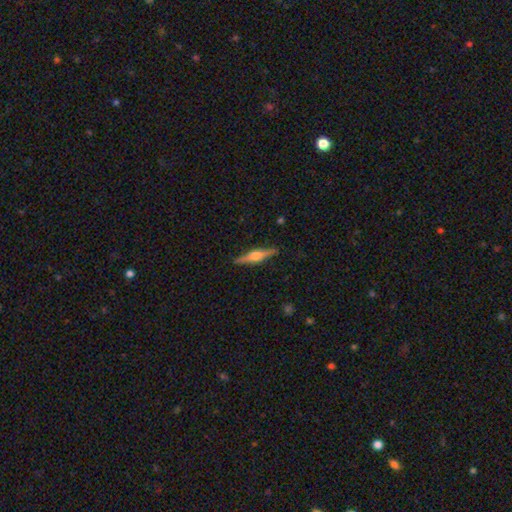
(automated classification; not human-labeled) Q: Smooth or featured?
A: featured or disk (70%); runner-up: smooth (24%)
Q: Edge-on disk?
A: yes (98%); runner-up: no (2%)
Q: Edge-on bulge?
A: rounded (84%); runner-up: boxy (13%)
Q: Merging?
A: none (89%); runner-up: minor disturbance (8%)